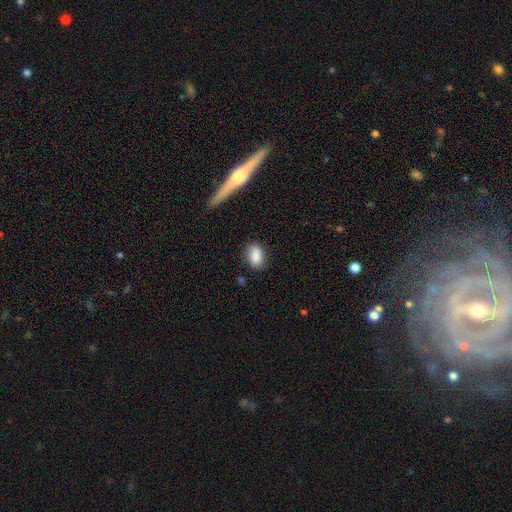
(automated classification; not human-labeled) Smooth or featured? Predicted: smooth (p=0.85). How rounded? Predicted: in between (p=0.82). Merging? Predicted: none (p=0.79).